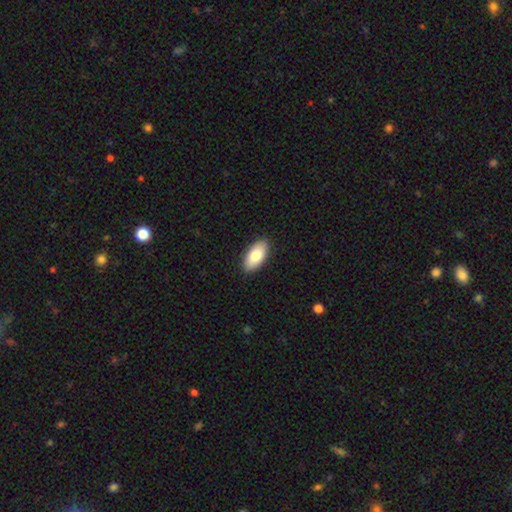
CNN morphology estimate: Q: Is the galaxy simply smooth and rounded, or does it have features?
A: smooth — 83%.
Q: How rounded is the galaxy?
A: in between — 94%.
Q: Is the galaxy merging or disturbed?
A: none — 90%.